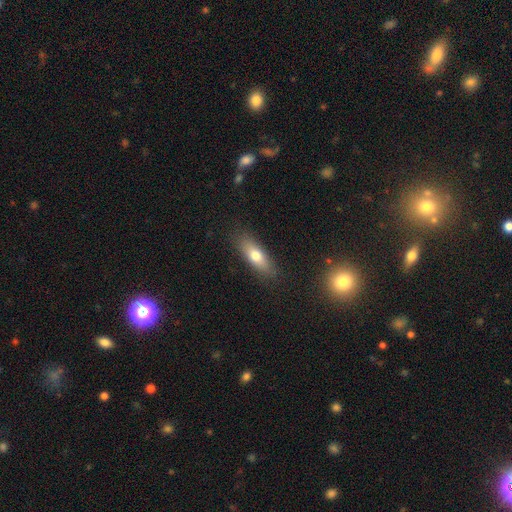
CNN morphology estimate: A smooth galaxy with no disk features (70%) that is in between round and cigar-shaped (59%).

Vote fractions:
- Smooth or featured? smooth: 70% / featured or disk: 23% / star or artifact: 7%
- How rounded? in between: 59% / cigar-shaped: 37% / round: 3%
- Merging? none: 85% / minor disturbance: 11% / major disturbance: 3% / merger: 1%